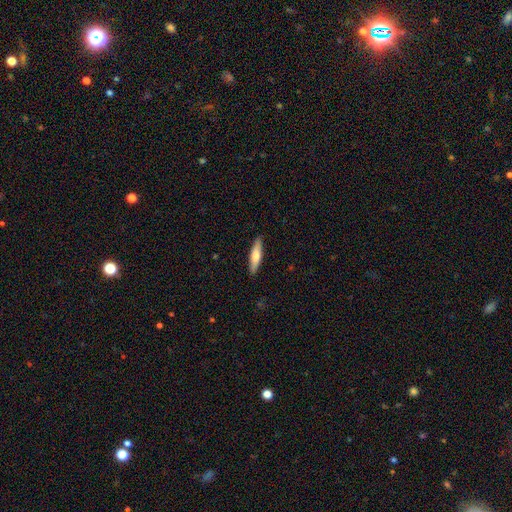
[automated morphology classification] A smooth galaxy with no disk features (66%) that is cigar-shaped (74%). Merging: none (89%).